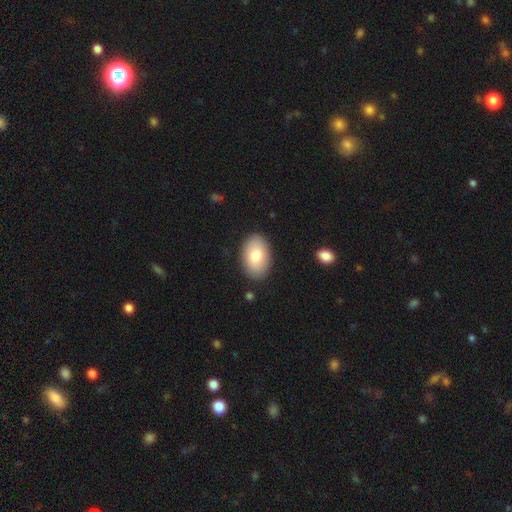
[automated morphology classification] Smooth or featured? Predicted: smooth (p=0.80). How rounded? Predicted: in between (p=0.91). Merging? Predicted: none (p=0.87).